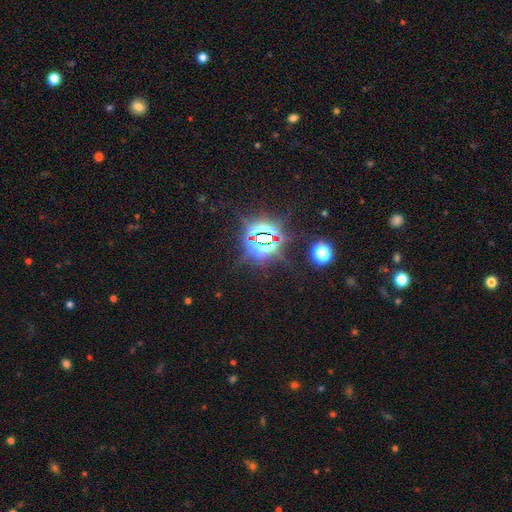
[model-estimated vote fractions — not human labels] Morphology: type=star or artifact (83%).